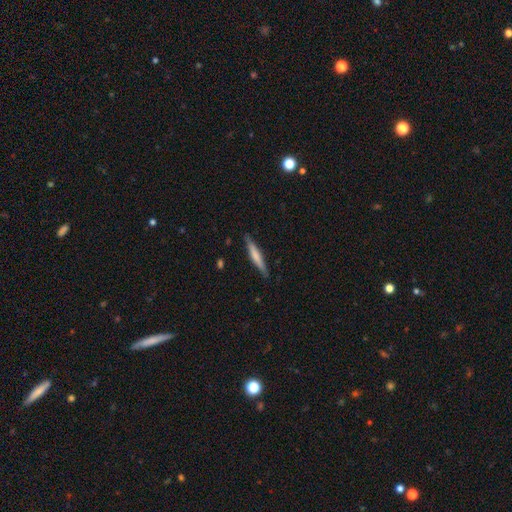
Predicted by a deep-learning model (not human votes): Overall: smooth (60%; featured or disk 35%). How rounded: cigar-shaped (93%). Merging: none (87%).